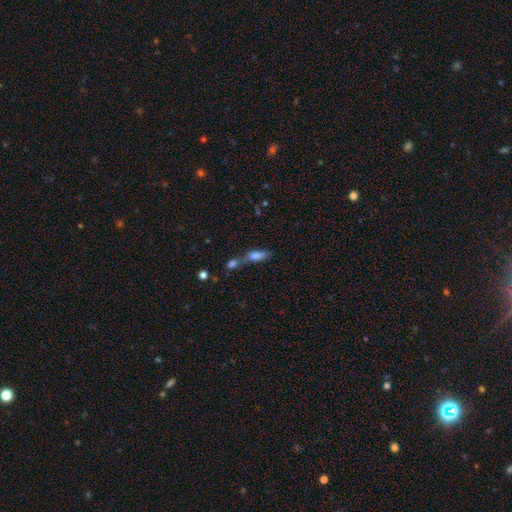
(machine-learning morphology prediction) Overall: smooth (77%). How rounded: in between (69%). Merging: merger (56%; none 27%).